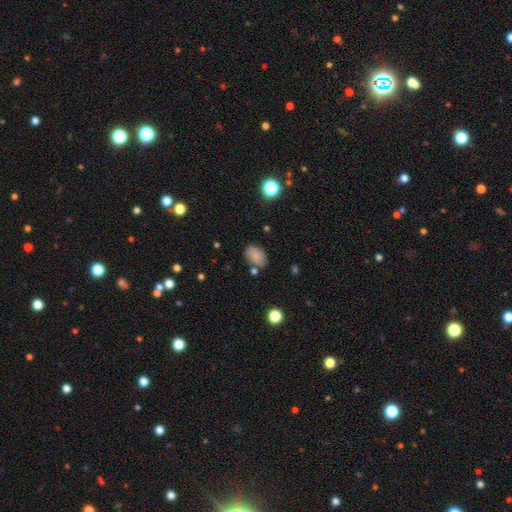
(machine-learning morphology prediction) A smooth galaxy with no disk features (81%) that is in between round and cigar-shaped (84%).

Vote fractions:
- Smooth or featured? smooth: 81% / star or artifact: 11% / featured or disk: 8%
- How rounded? in between: 84% / round: 15% / cigar-shaped: 1%
- Merging? none: 74% / minor disturbance: 16% / merger: 6% / major disturbance: 4%